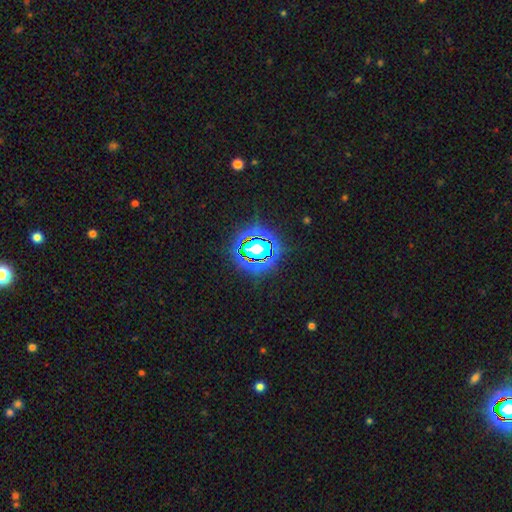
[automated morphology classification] This is likely a star or artifact rather than a galaxy (79%).